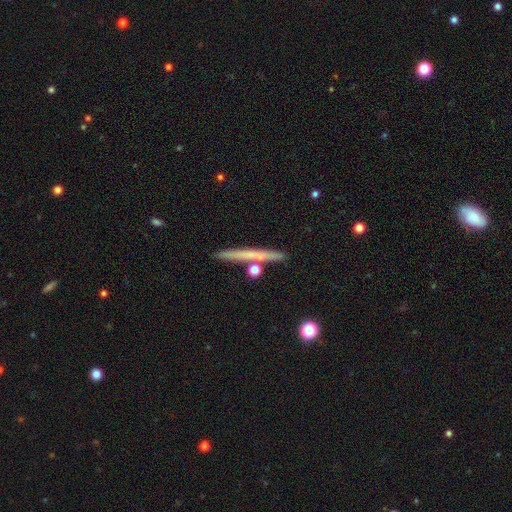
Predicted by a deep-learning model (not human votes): A featured or disk galaxy (46%, tied with smooth).

Vote fractions:
- Smooth or featured? featured or disk: 46% (tied) / smooth: 46% (tied) / star or artifact: 7%
- Merging? none: 85% / minor disturbance: 8% / merger: 6% / major disturbance: 2%